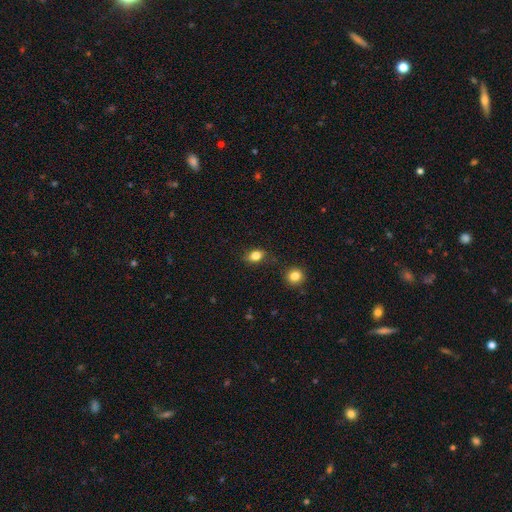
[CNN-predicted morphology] Smooth or featured? smooth (82%)
How rounded? in between (75%)
Merging? none (80%)